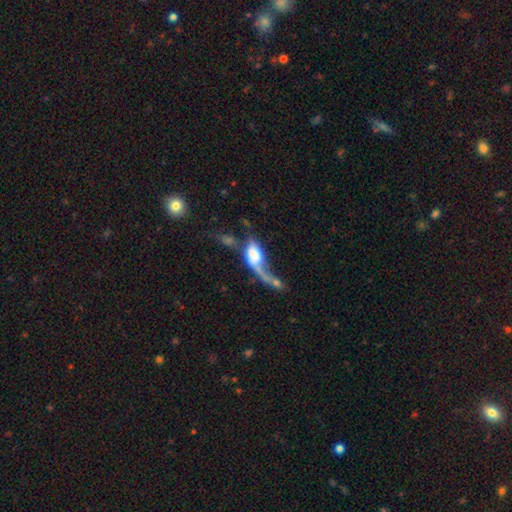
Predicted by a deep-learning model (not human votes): Smooth or featured?
  - featured or disk: 55% *
  - smooth: 34%
  - star or artifact: 11%
Edge-on disk?
  - no: 81% *
  - yes: 19%
Merging?
  - major disturbance: 41% *
  - merger: 35%
  - none: 15%
  - minor disturbance: 10%